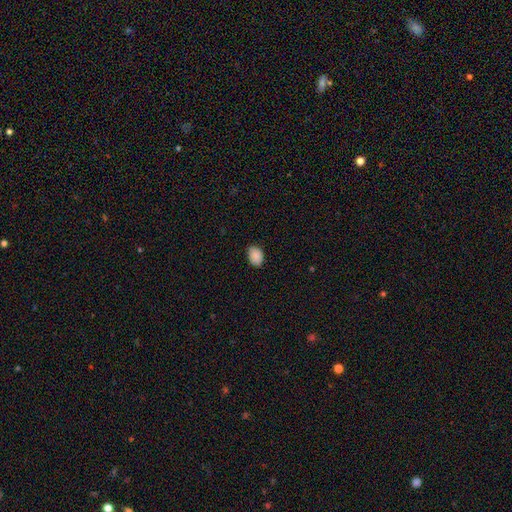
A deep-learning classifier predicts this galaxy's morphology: smooth-or-featured: smooth: 88% | star or artifact: 8% | featured or disk: 4%
  how-rounded: in between: 77% | round: 23% | cigar-shaped: 1%
  merging: none: 80% | minor disturbance: 17% | major disturbance: 2% | merger: 1%